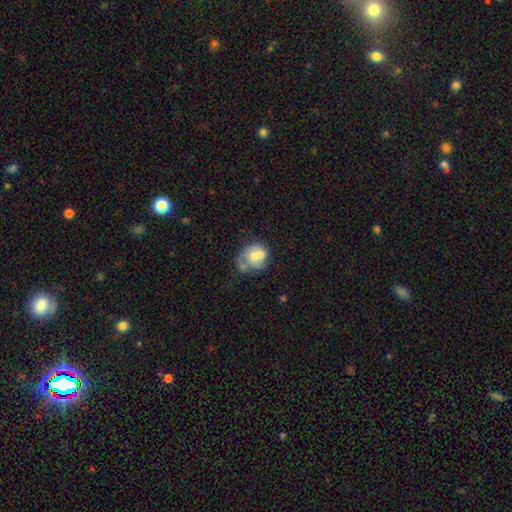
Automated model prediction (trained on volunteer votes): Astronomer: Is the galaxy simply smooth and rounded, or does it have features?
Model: smooth — 49% (runner-up: featured or disk, 43%).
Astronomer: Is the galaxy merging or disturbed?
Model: merger — 40% (runner-up: none, 29%).